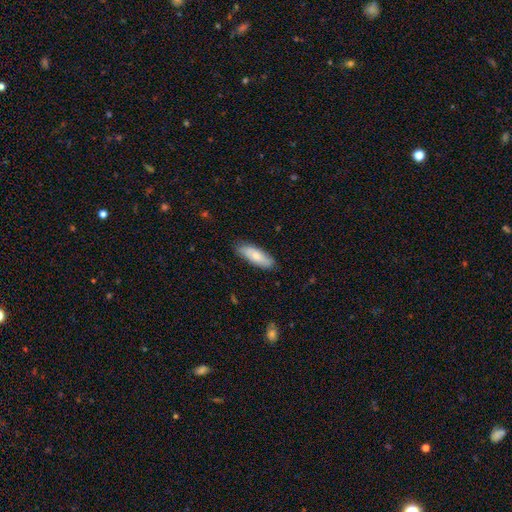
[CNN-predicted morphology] Smooth or featured? smooth (72%)
How rounded? in between (63%)
Merging? none (82%)